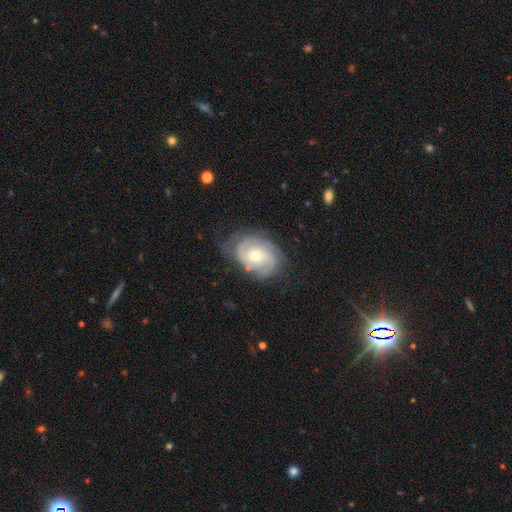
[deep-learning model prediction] This is clearly a featured or disk galaxy (81%). It is clearly not viewed edge-on (97%). Bar: likely no (70%). Spiral arm pattern: clearly yes (94%). Spiral arm count: marginally 2 (32%). Spiral winding: likely tight (64%). Central bulge: possibly moderate (52%). Merging: likely none (69%).